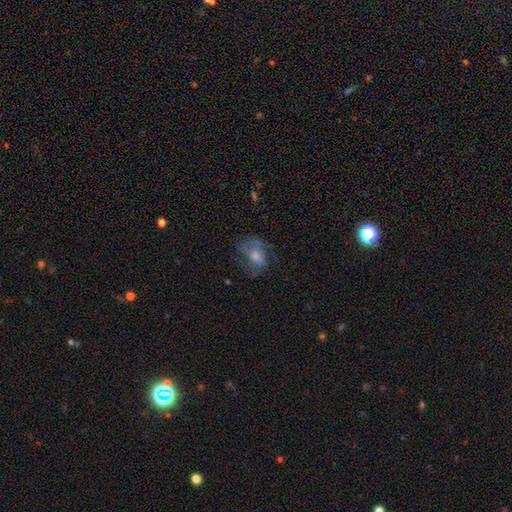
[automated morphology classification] featured or disk 50%, smooth 35%, star or artifact 15%. Down the decision tree: merging — none (52%).